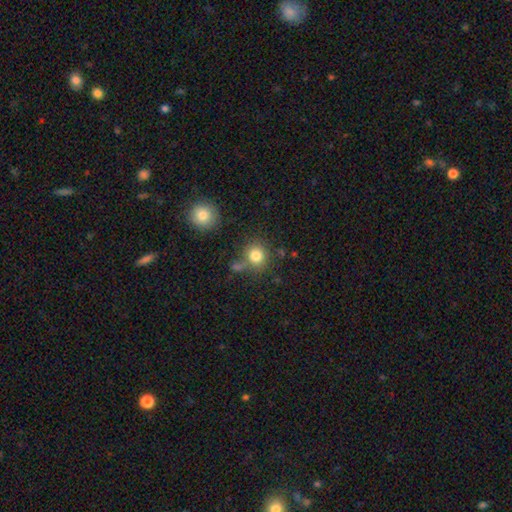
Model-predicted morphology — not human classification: Q: Smooth or featured?
A: smooth (81%); runner-up: star or artifact (11%)
Q: How rounded?
A: round (84%); runner-up: in between (15%)
Q: Merging?
A: none (69%); runner-up: merger (14%)